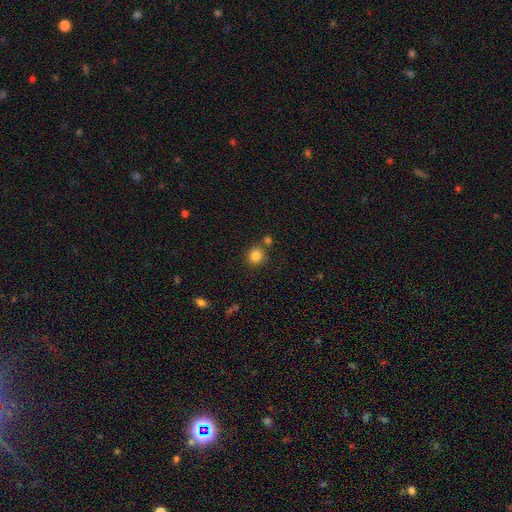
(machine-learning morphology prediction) smooth-or-featured: smooth: 84% | star or artifact: 11% | featured or disk: 5%
  how-rounded: round: 85% | in between: 14% | cigar-shaped: 1%
  merging: none: 74% | merger: 13% | minor disturbance: 10% | major disturbance: 3%